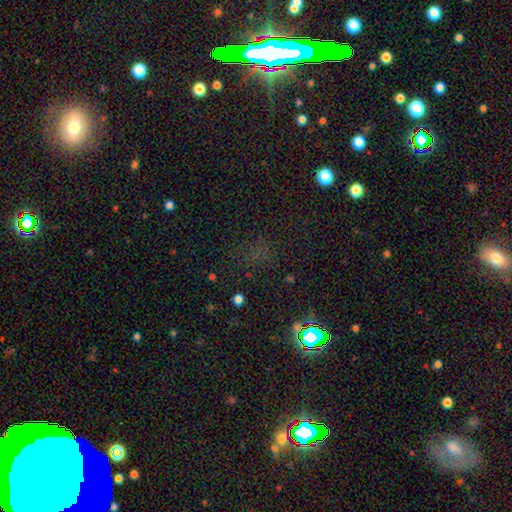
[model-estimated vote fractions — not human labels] A star or artifact, not a galaxy (70%).